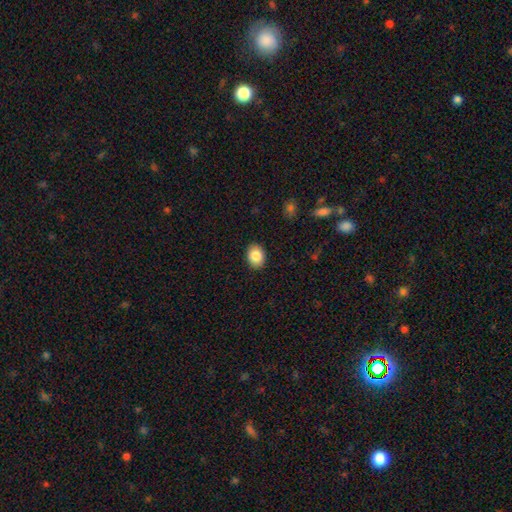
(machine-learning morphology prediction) This is clearly a smooth galaxy (86%). How rounded: likely in between (67%). Merging: clearly none (90%).